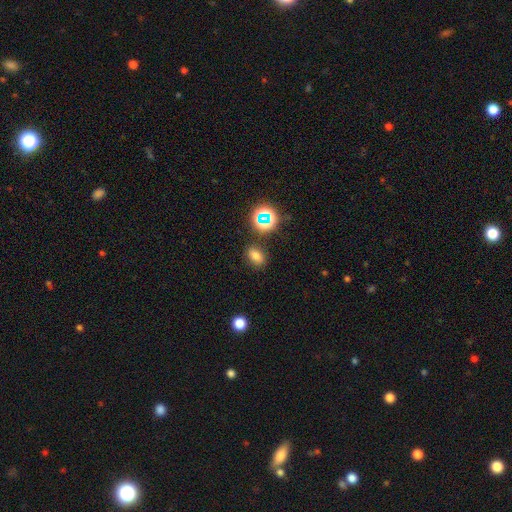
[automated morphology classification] Q: Smooth or featured?
A: smooth (71%); runner-up: star or artifact (21%)
Q: How rounded?
A: in between (76%); runner-up: round (21%)
Q: Merging?
A: none (84%); runner-up: minor disturbance (10%)